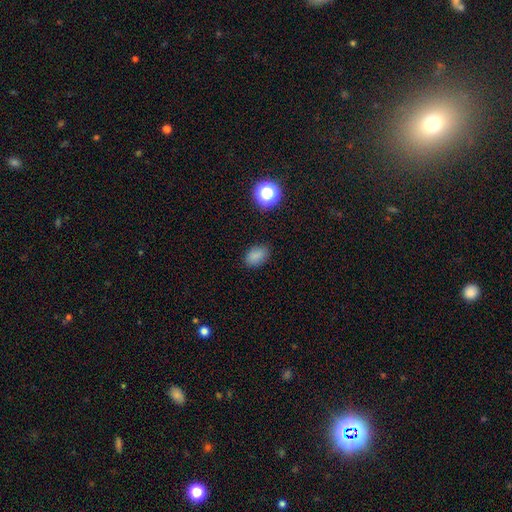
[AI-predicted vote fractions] This is clearly a smooth galaxy (83%). How rounded: clearly in between (86%). Merging: clearly none (84%).